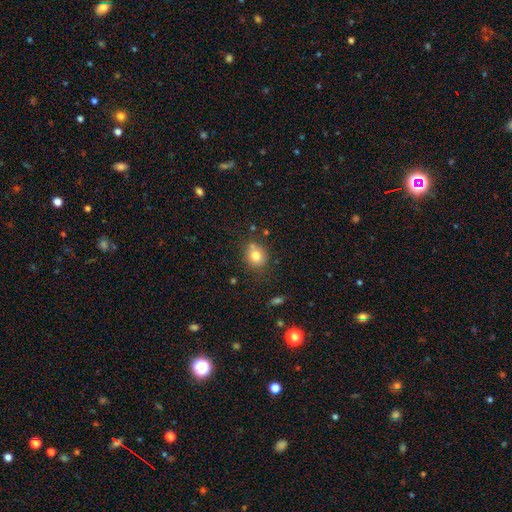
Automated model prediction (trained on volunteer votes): Morphology: type=smooth (78%); roundness=round (80%); merging=none (69%).